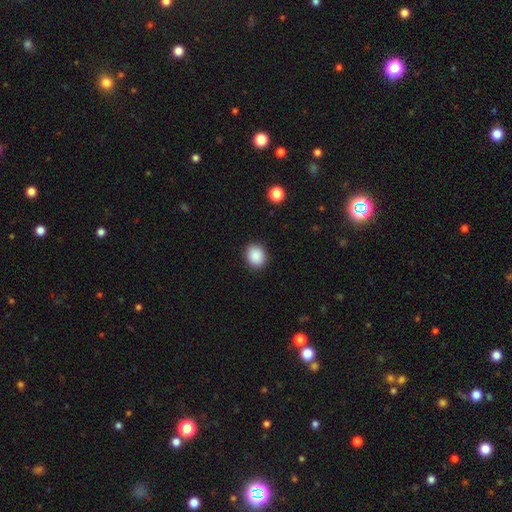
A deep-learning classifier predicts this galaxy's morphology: A smooth galaxy with no disk features (88%) that is round (64%).

Vote fractions:
- Smooth or featured? smooth: 88% / star or artifact: 8% / featured or disk: 4%
- How rounded? round: 64% / in between: 35% / cigar-shaped: 1%
- Merging? none: 90% / minor disturbance: 7% / major disturbance: 2% / merger: 1%